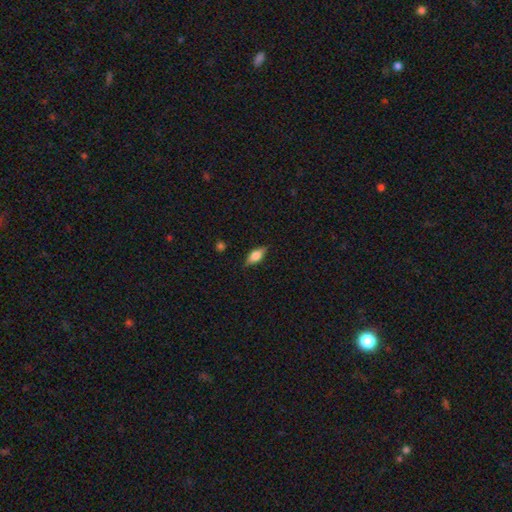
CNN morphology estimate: This appears to be a smooth galaxy with no disk features (61%) that is in between round and cigar-shaped (77%). Merging: none (82%).